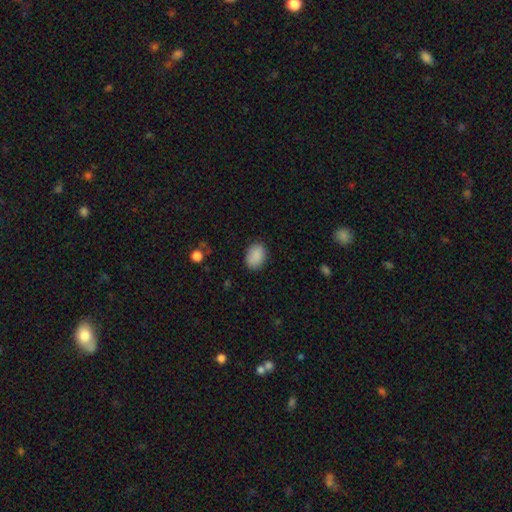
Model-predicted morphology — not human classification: Smooth or featured: smooth — 89% (star or artifact — 8%)
How rounded: in between — 76% (round — 23%)
Merging: none — 83% (minor disturbance — 12%)